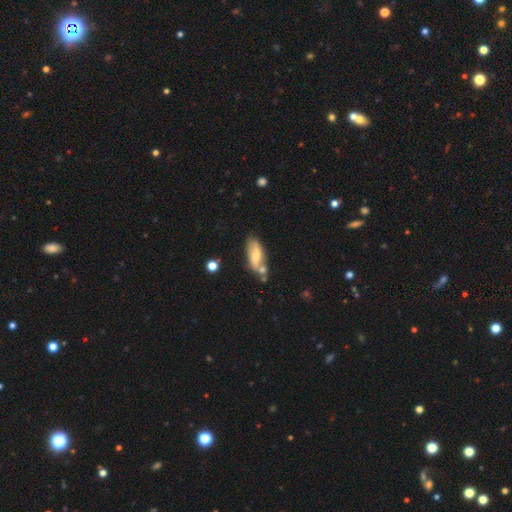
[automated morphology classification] Overall: smooth (48%; featured or disk 45%). Merging: none (50%; minor disturbance 23%).